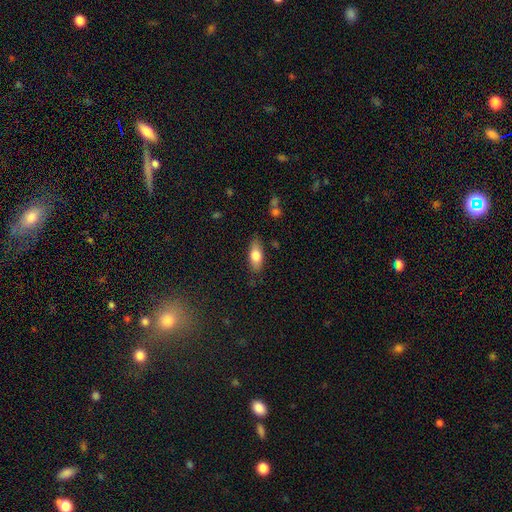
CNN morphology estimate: Smooth or featured: smooth — 76% (featured or disk — 18%)
How rounded: in between — 80% (cigar-shaped — 16%)
Merging: none — 81% (minor disturbance — 14%)